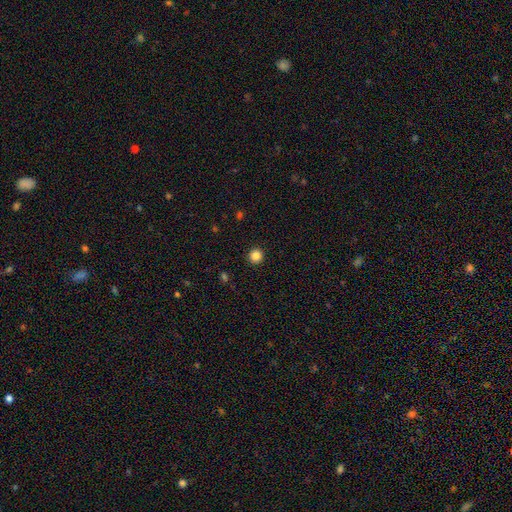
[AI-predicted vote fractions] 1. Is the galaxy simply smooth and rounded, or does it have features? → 85% smooth, 11% star or artifact, 4% featured or disk.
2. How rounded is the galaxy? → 95% round, 4% in between, 1% cigar-shaped.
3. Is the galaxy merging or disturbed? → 93% none, 4% minor disturbance, 2% major disturbance, 1% merger.